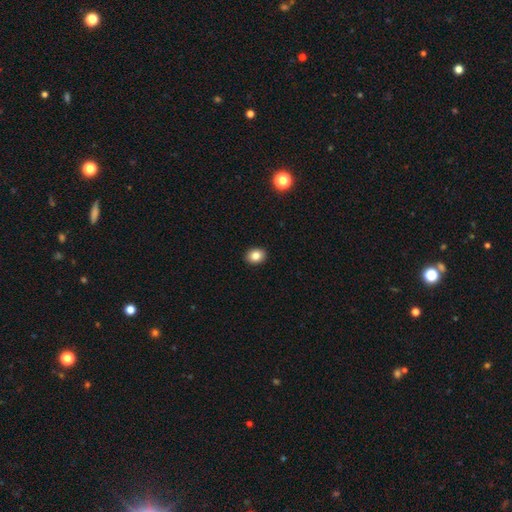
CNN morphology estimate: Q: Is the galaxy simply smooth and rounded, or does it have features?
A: smooth — 84%.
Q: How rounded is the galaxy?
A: round — 50%.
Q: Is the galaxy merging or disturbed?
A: none — 92%.